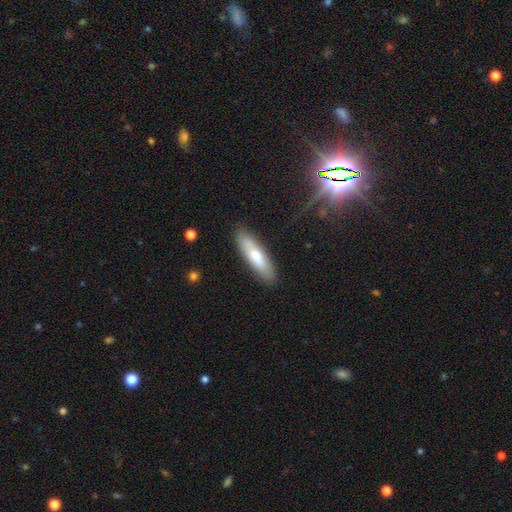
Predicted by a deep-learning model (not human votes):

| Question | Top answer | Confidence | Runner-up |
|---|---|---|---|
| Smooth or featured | smooth | 64% | featured or disk (30%) |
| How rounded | cigar-shaped | 60% | in between (38%) |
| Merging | none | 88% | minor disturbance (9%) |